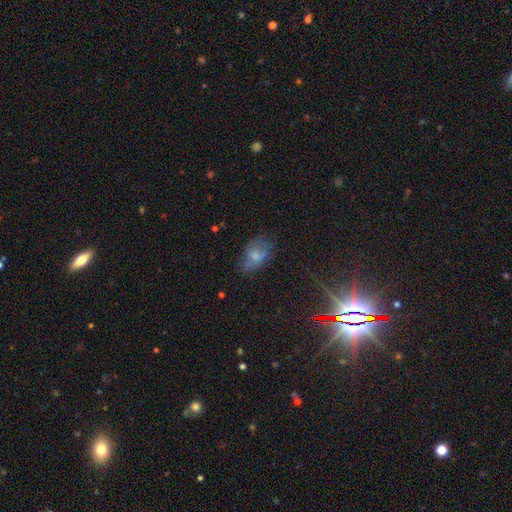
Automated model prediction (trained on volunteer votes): Smooth or featured?
  - smooth: 58% *
  - featured or disk: 27%
  - star or artifact: 15%
How rounded?
  - in between: 85% *
  - round: 13%
  - cigar-shaped: 2%
Merging?
  - none: 51% *
  - minor disturbance: 29%
  - major disturbance: 16%
  - merger: 3%